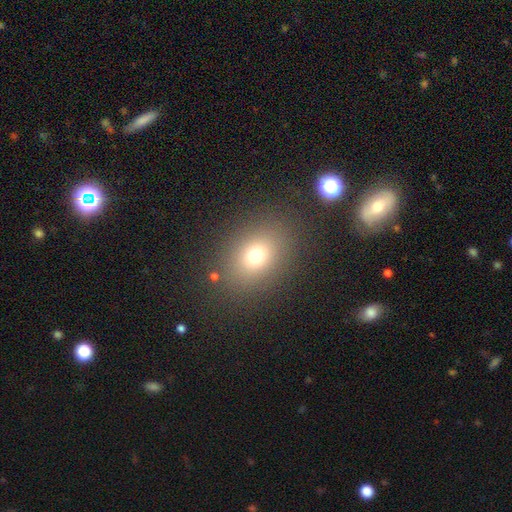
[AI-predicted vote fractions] smooth-or-featured: smooth: 71% | star or artifact: 18% | featured or disk: 12%
  how-rounded: in between: 56% | round: 43% | cigar-shaped: 1%
  merging: none: 84% | minor disturbance: 9% | major disturbance: 5% | merger: 2%